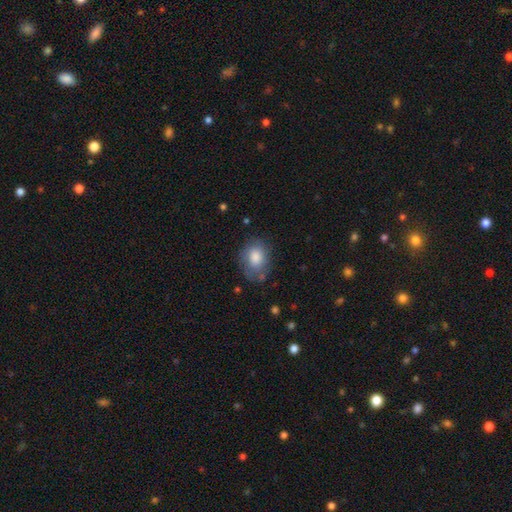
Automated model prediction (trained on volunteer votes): A smooth galaxy with no disk features (77%) that is in between round and cigar-shaped (53%).

Vote fractions:
- Smooth or featured? smooth: 77% / featured or disk: 14% / star or artifact: 9%
- How rounded? in between: 53% / round: 46% / cigar-shaped: 1%
- Merging? none: 70% / minor disturbance: 21% / major disturbance: 6% / merger: 2%